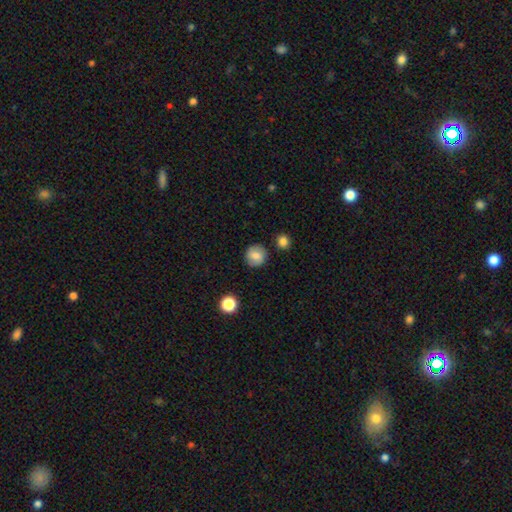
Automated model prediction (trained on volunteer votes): This appears to be a smooth galaxy with no disk features (76%) that is round (90%). Merging: none (87%).